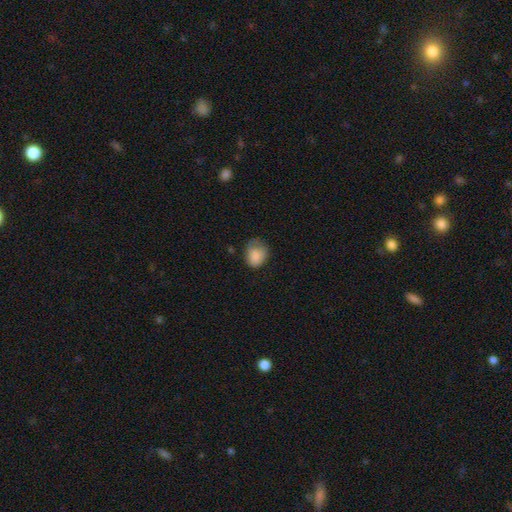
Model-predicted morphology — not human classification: Smooth or featured?
  - smooth: 84% *
  - star or artifact: 9%
  - featured or disk: 7%
How rounded?
  - round: 54% *
  - in between: 45%
  - cigar-shaped: 1%
Merging?
  - none: 50% *
  - minor disturbance: 34%
  - major disturbance: 13%
  - merger: 2%